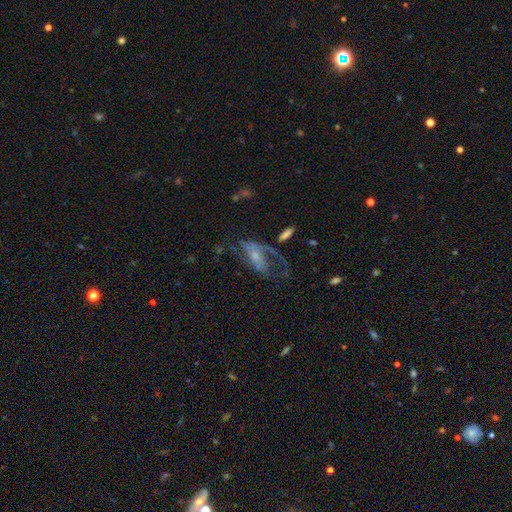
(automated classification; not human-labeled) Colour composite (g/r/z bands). It shows a featured or disk galaxy (64%) with no bar (64%), spiral arms (69%) and a small central bulge (56%). Merging: major disturbance (47%).